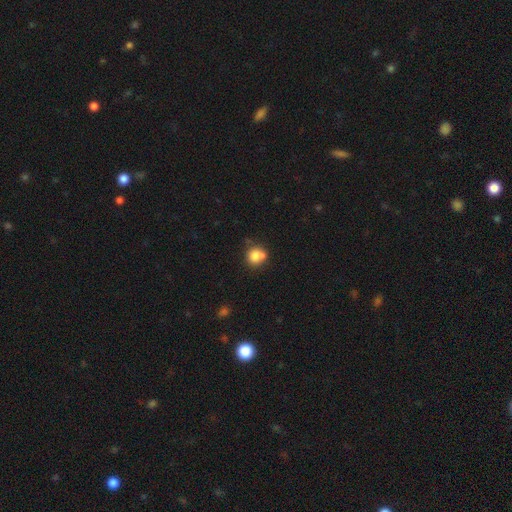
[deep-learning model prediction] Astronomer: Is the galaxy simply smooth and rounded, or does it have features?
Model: smooth — 78%.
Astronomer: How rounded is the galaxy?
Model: round — 83%.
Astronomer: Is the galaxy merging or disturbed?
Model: none — 50% (runner-up: merger, 31%).